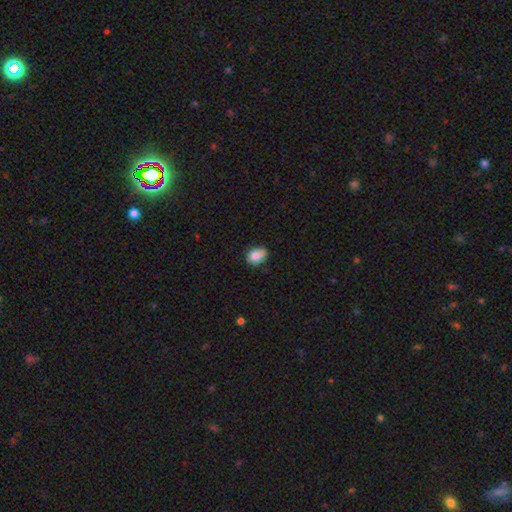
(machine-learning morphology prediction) Smooth or featured? Predicted: smooth (p=0.82). How rounded? Predicted: in between (p=0.51). Merging? Predicted: none (p=0.63).